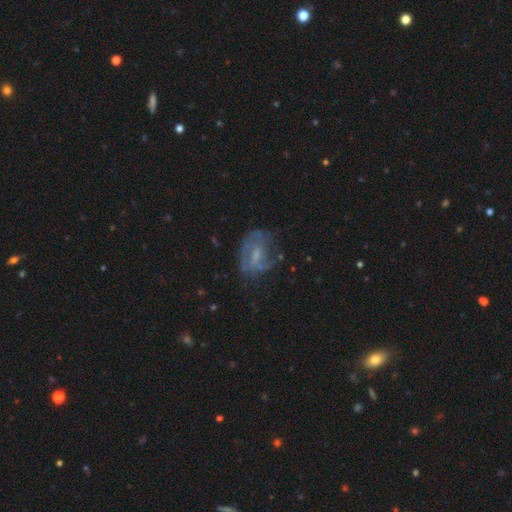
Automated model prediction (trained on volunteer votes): Q: Smooth or featured?
A: featured or disk (66%); runner-up: smooth (24%)
Q: Edge-on disk?
A: no (96%); runner-up: yes (4%)
Q: Bar?
A: weak (49%); runner-up: no (36%)
Q: Spiral arms?
A: yes (69%); runner-up: no (31%)
Q: Bulge size?
A: small (49%); runner-up: moderate (28%)
Q: Merging?
A: none (53%); runner-up: minor disturbance (24%)